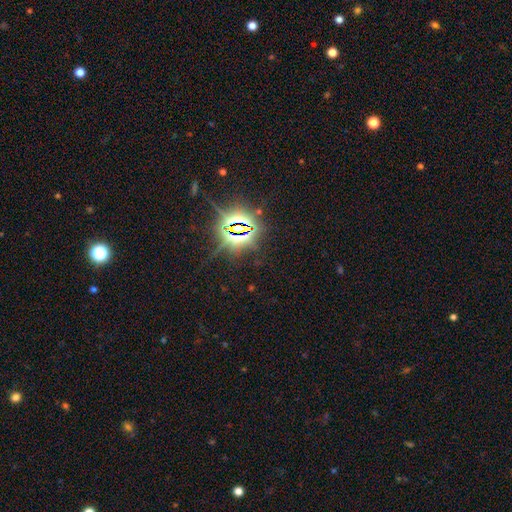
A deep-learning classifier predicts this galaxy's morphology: smooth-or-featured: star or artifact: 84% | smooth: 9% | featured or disk: 7%